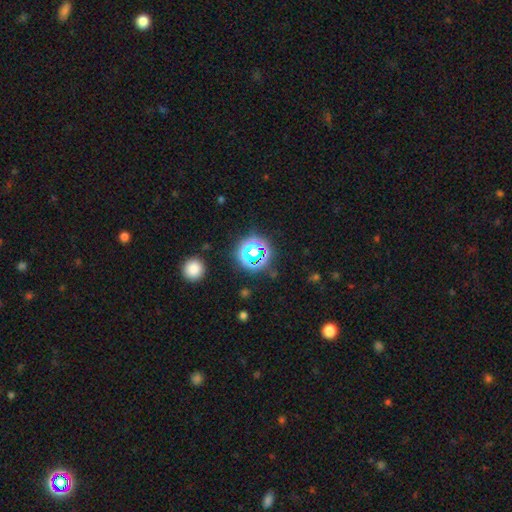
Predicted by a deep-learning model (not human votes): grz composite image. It shows a star or artifact, not a galaxy (57%).